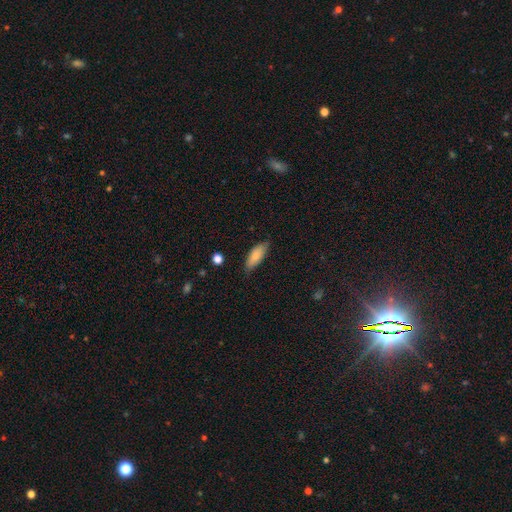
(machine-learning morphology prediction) Smooth or featured? smooth (79%)
How rounded? in between (74%)
Merging? none (77%)